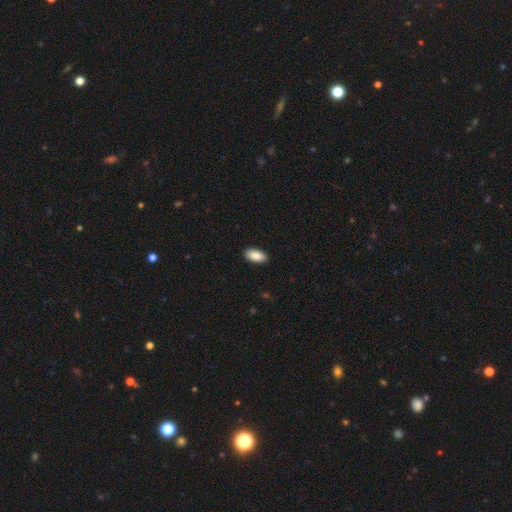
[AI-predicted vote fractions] A smooth galaxy with no disk features (89%) that is in between round and cigar-shaped (94%).

Vote fractions:
- Smooth or featured? smooth: 89% / star or artifact: 7% / featured or disk: 5%
- How rounded? in between: 94% / cigar-shaped: 4% / round: 3%
- Merging? none: 90% / minor disturbance: 8% / major disturbance: 2% / merger: 1%